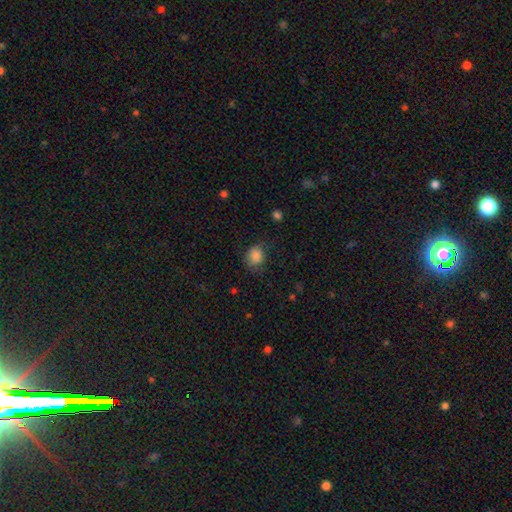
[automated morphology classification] This appears to be a smooth galaxy with no disk features (85%) that is round (63%). Merging: none (64%).